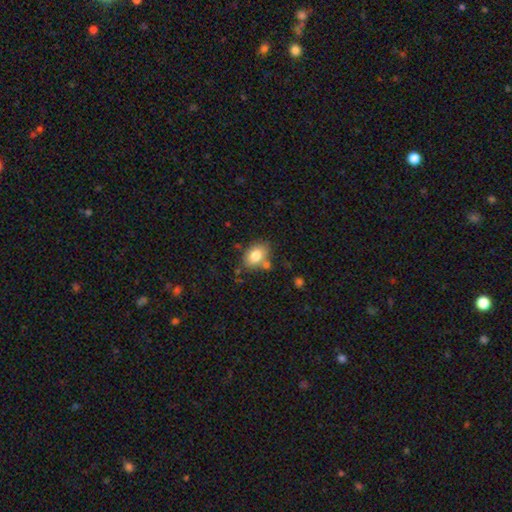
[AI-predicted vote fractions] A smooth galaxy with no disk features (79%) that is in between round and cigar-shaped (79%).

Vote fractions:
- Smooth or featured? smooth: 79% / featured or disk: 12% / star or artifact: 9%
- How rounded? in between: 79% / round: 19% / cigar-shaped: 1%
- Merging? none: 70% / minor disturbance: 15% / merger: 11% / major disturbance: 4%